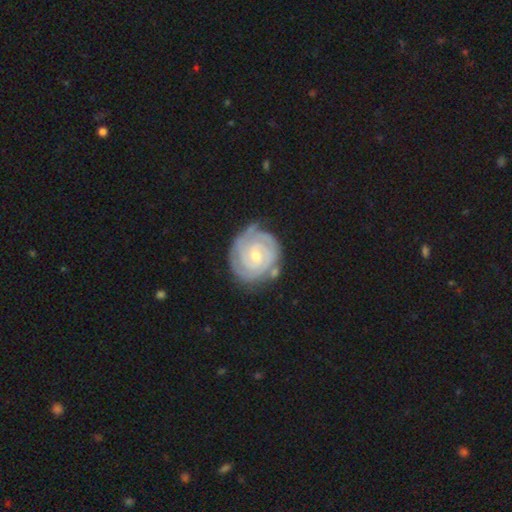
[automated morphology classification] Smooth or featured? featured or disk (90%)
Edge-on disk? no (98%)
Bar? no (63%)
Spiral arms? yes (98%)
Spiral winding? tight (87%)
Spiral arm count? 2 (50%)
Bulge size? small (56%)
Merging? none (75%)